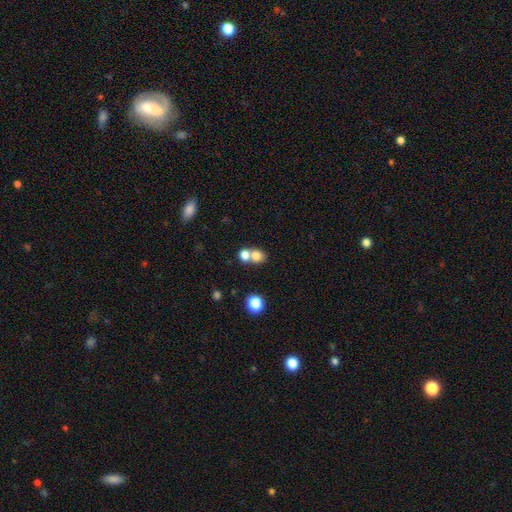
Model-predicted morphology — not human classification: Smooth or featured? Predicted: smooth (p=0.78). How rounded? Predicted: round (p=0.66). Merging? Predicted: merger (p=0.56).